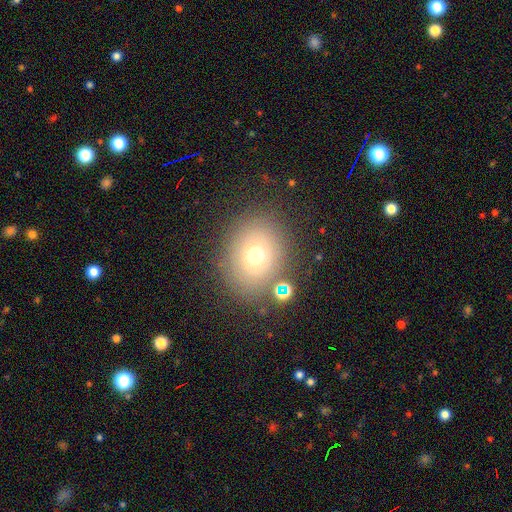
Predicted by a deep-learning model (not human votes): This is likely a smooth galaxy (64%). How rounded: possibly round (60%). Merging: likely none (77%).